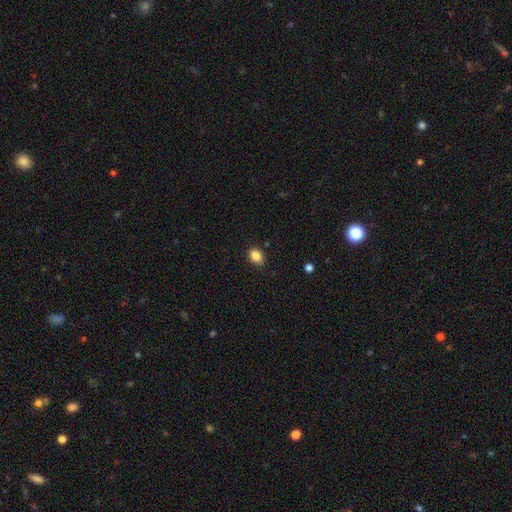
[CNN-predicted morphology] Smooth or featured? smooth (86%)
How rounded? in between (66%)
Merging? none (82%)